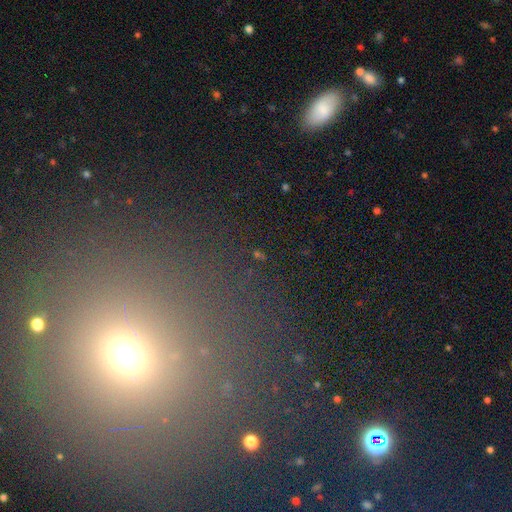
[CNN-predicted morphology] Q: Smooth or featured?
A: star or artifact (49%); runner-up: smooth (39%)